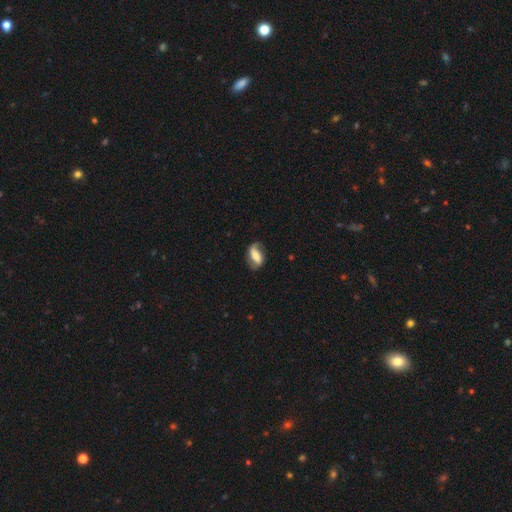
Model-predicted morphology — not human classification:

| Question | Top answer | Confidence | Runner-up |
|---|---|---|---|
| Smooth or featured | featured or disk | 50% | smooth (42%) |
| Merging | none | 68% | minor disturbance (22%) |